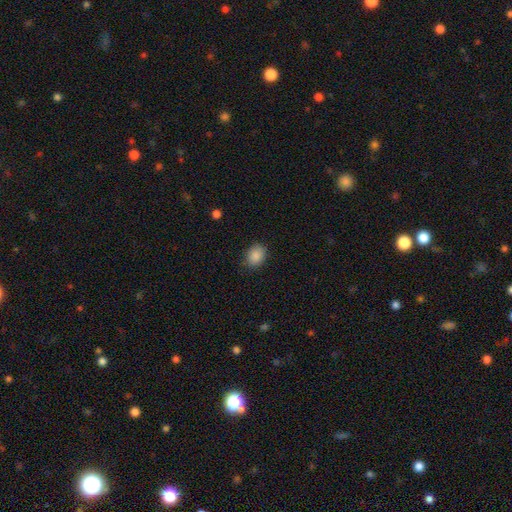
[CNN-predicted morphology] Smooth or featured: smooth — 88% (star or artifact — 8%)
How rounded: in between — 63% (round — 36%)
Merging: none — 83% (minor disturbance — 13%)